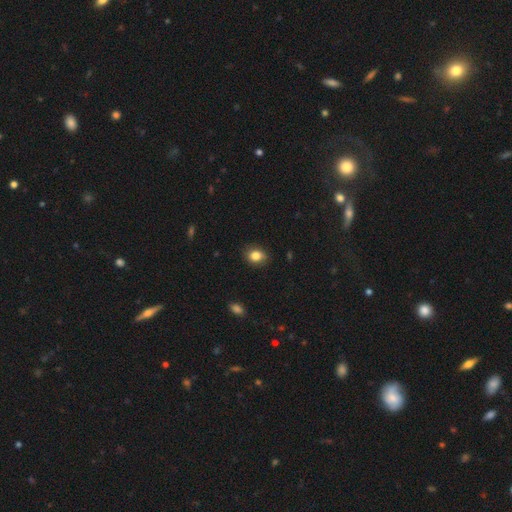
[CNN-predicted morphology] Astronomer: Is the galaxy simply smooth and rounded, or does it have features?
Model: smooth — 84%.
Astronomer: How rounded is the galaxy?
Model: in between — 57% (runner-up: round, 42%).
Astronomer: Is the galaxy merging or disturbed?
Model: none — 84%.